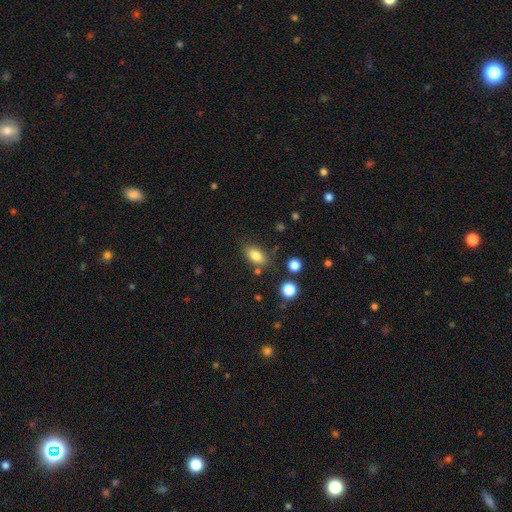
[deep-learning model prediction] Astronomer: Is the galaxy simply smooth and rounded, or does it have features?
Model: smooth — 82%.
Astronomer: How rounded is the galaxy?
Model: in between — 88%.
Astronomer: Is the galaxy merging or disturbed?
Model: none — 75%.